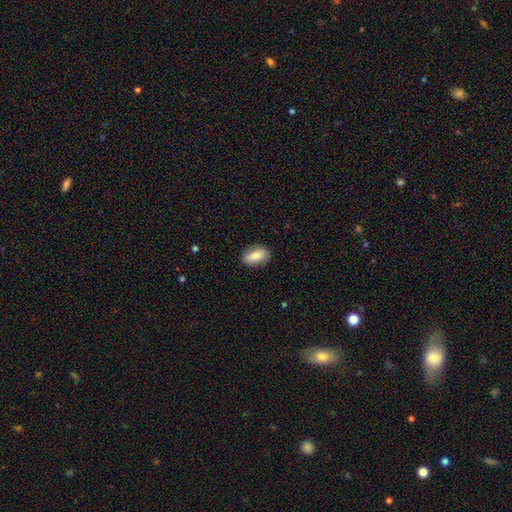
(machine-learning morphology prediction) A smooth galaxy with no disk features (77%) that is in between round and cigar-shaped (87%).

Vote fractions:
- Smooth or featured? smooth: 77% / featured or disk: 16% / star or artifact: 7%
- How rounded? in between: 87% / round: 7% / cigar-shaped: 6%
- Merging? none: 84% / minor disturbance: 12% / major disturbance: 3% / merger: 1%